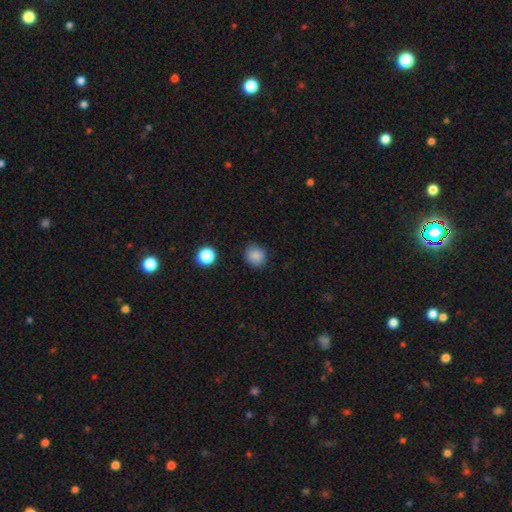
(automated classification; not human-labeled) Smooth or featured? Predicted: smooth (p=0.85). How rounded? Predicted: round (p=0.82). Merging? Predicted: none (p=0.85).